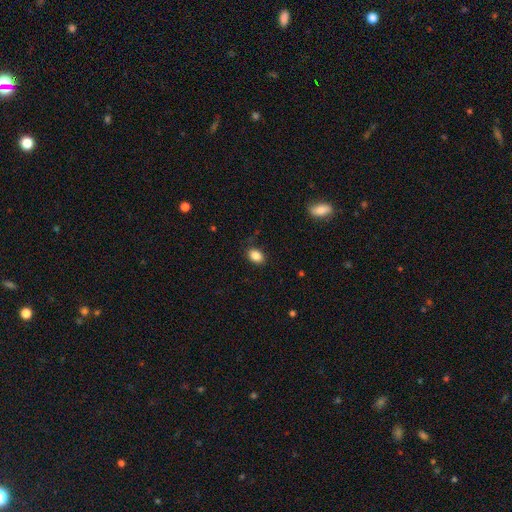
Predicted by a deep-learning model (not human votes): Smooth or featured?
  - smooth: 86% *
  - star or artifact: 9%
  - featured or disk: 5%
How rounded?
  - in between: 76% *
  - round: 23%
  - cigar-shaped: 1%
Merging?
  - none: 86% *
  - minor disturbance: 10%
  - major disturbance: 3%
  - merger: 1%